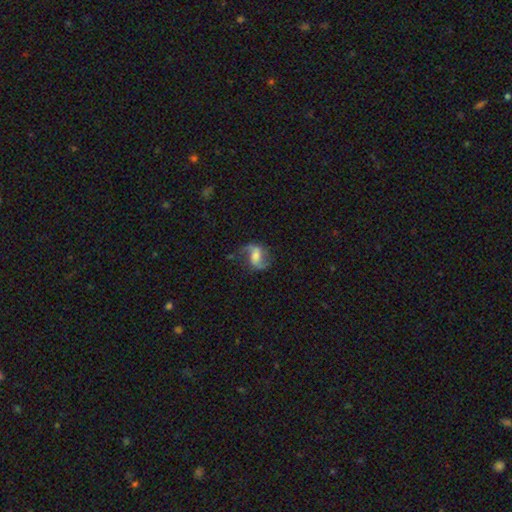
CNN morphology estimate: Smooth or featured? Predicted: featured or disk (p=0.77). Edge-on disk? Predicted: no (p=0.97). Bar? Predicted: weak (p=0.45). Spiral arms? Predicted: yes (p=0.94). Spiral winding? Predicted: loose (p=0.65). Spiral arm count? Predicted: 2 (p=0.89). Bulge size? Predicted: moderate (p=0.46). Merging? Predicted: none (p=0.67).